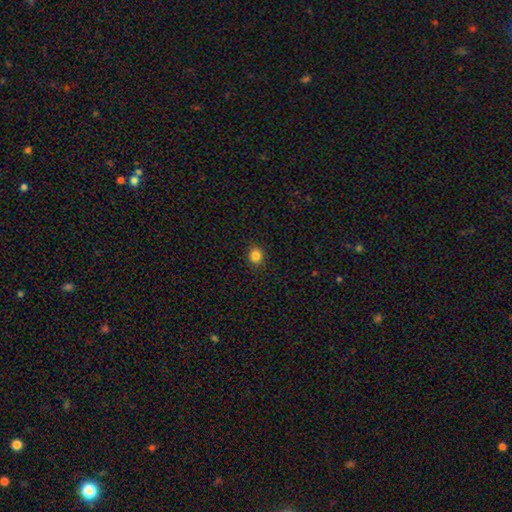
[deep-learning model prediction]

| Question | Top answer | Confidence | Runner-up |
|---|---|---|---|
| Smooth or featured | smooth | 84% | star or artifact (12%) |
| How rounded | round | 83% | in between (16%) |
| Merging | none | 91% | minor disturbance (6%) |